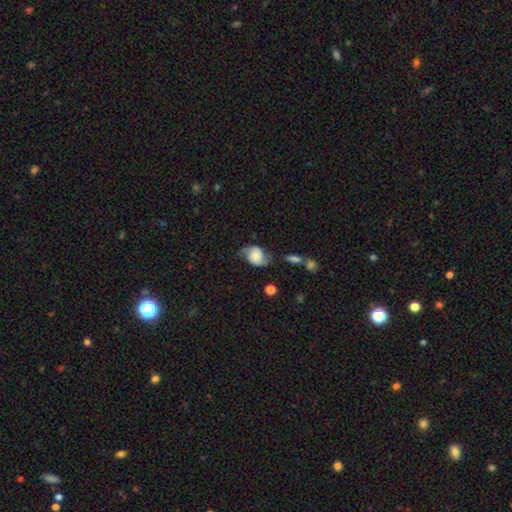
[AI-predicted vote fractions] A featured or disk galaxy (64%) with no bar (69%), 2 (90%) loose (50%) spiral arms (91%) and a small central bulge (39%).

Vote fractions:
- Smooth or featured? featured or disk: 64% / smooth: 28% / star or artifact: 8%
- Edge-on disk? no: 97% / yes: 3%
- Bar? no: 69% / weak: 24% / strong: 7%
- Spiral arms? yes: 91% / no: 9%
- Spiral winding? loose: 50% / medium: 35% / tight: 15%
- Spiral arm count? 2: 90% / can't tell: 4% / 1: 3% / 3: 1% / 4: 1% / more than 4: 1%
- Bulge size? small: 39% / moderate: 33% / large: 12% / none: 11% / dominant: 5%
- Merging? none: 58% / minor disturbance: 25% / major disturbance: 12% / merger: 4%